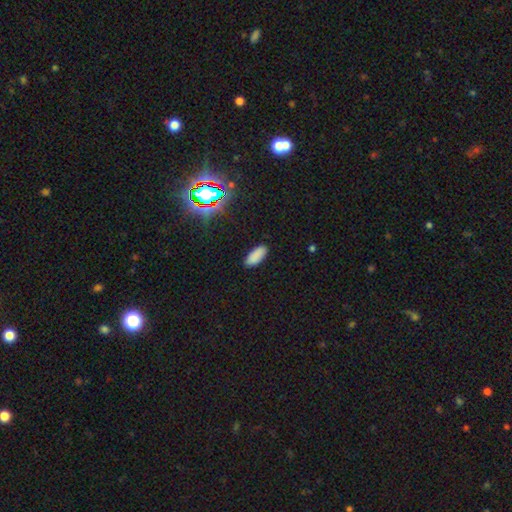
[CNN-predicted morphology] A smooth galaxy with no disk features (84%) that is in between round and cigar-shaped (86%). Merging: none (87%).